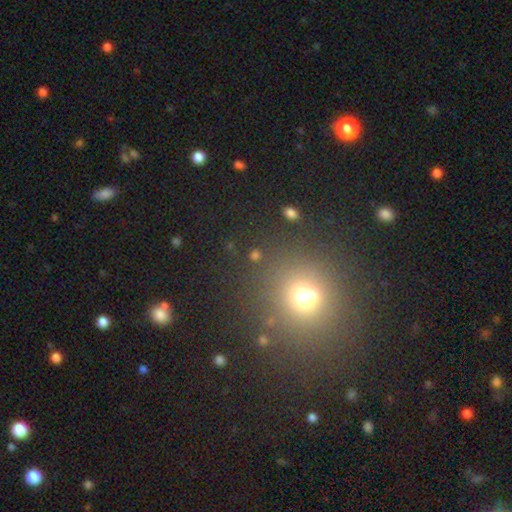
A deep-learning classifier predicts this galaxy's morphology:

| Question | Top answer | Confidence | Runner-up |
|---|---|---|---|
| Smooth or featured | smooth | 51% | star or artifact (38%) |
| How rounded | round | 83% | in between (16%) |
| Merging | none | 77% | merger (11%) |